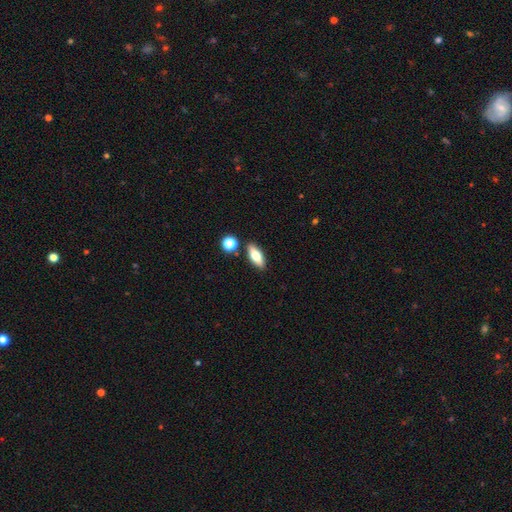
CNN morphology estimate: A smooth galaxy with no disk features (70%) that is in between round and cigar-shaped (73%). Merging: none (83%).